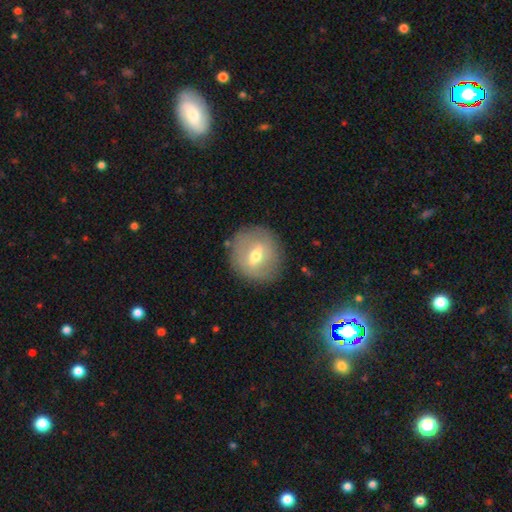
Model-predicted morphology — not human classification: featured or disk 48%, smooth 44%, star or artifact 8%. Down the decision tree: merging — none (84%).